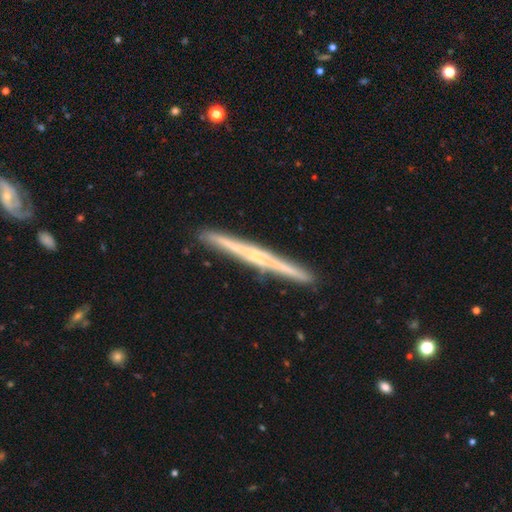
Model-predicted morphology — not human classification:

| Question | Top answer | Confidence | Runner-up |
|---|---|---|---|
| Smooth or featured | featured or disk | 70% | smooth (25%) |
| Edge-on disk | yes | 98% | no (2%) |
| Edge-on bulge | none | 55% | rounded (35%) |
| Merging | none | 92% | minor disturbance (6%) |